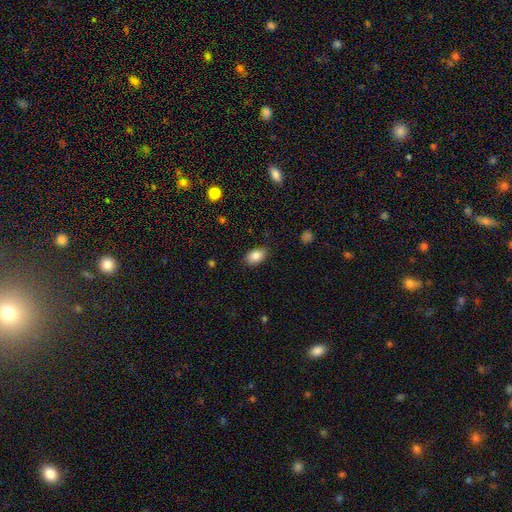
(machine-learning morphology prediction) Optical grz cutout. It shows a smooth galaxy with no disk features (86%) that is in between round and cigar-shaped (89%). Merging: none (81%).